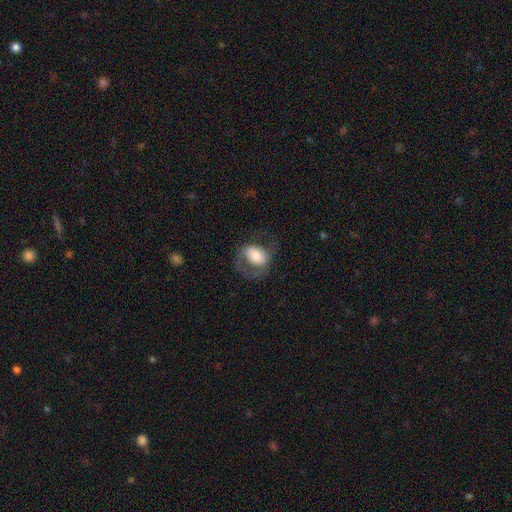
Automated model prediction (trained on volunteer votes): Morphology: type=smooth (49%); merging=none (51%).